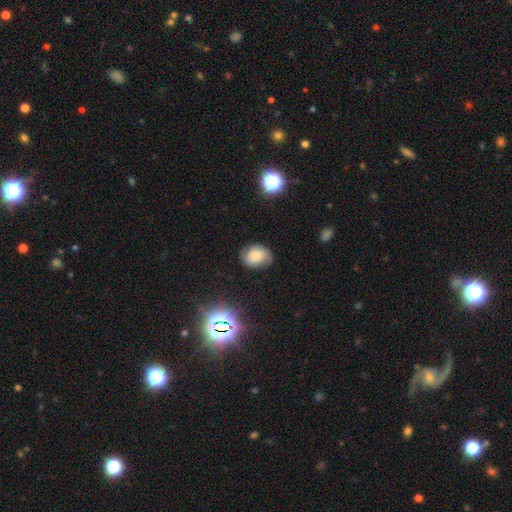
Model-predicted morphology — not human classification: The model was most divided on "how rounded": round: 51%, in between: 48%, cigar-shaped: 1%. More confident: merging — none (70%); smooth or featured — smooth (61%).